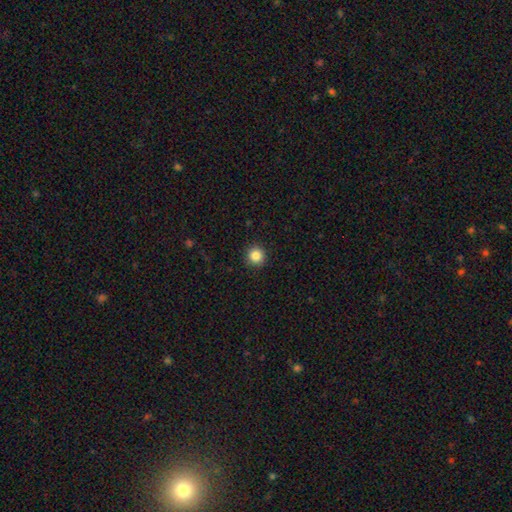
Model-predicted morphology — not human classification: Smooth or featured: smooth — 85% (star or artifact — 11%)
How rounded: round — 94% (in between — 5%)
Merging: none — 93% (minor disturbance — 5%)